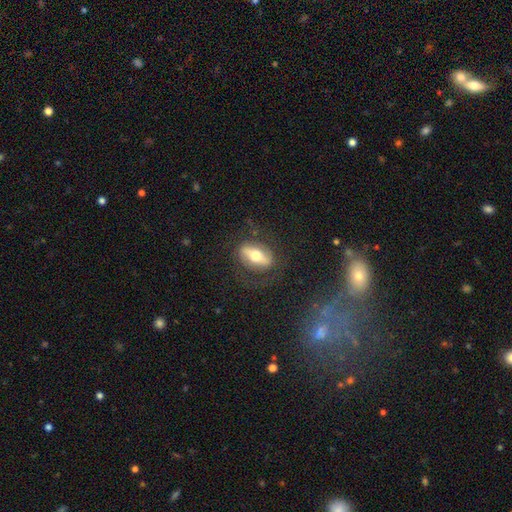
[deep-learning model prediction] Smooth or featured: featured or disk — 56% (smooth — 37%)
Edge-on disk: no — 73% (yes — 27%)
Merging: none — 72% (minor disturbance — 15%)